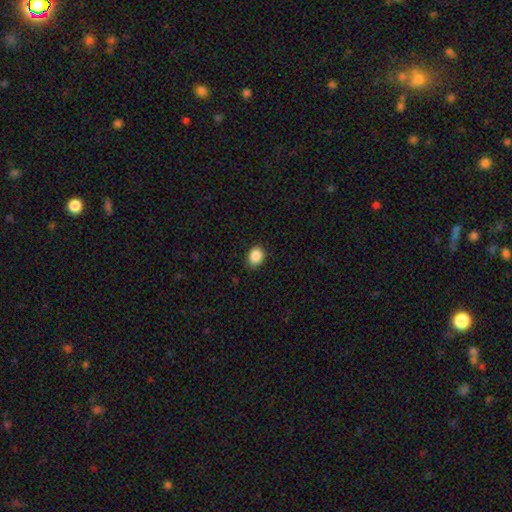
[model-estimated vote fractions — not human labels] smooth 88%, star or artifact 9%, featured or disk 4%. Down the decision tree: how rounded — in between (57%); merging — none (86%).